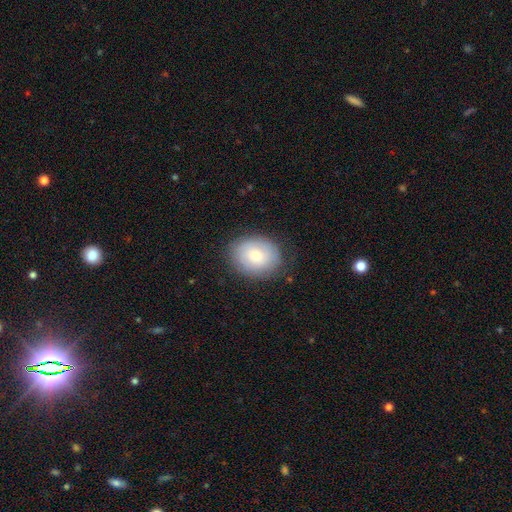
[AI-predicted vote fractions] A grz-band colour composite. It shows a smooth galaxy with no disk features (72%) that is in between round and cigar-shaped (53%). Merging: none (82%).